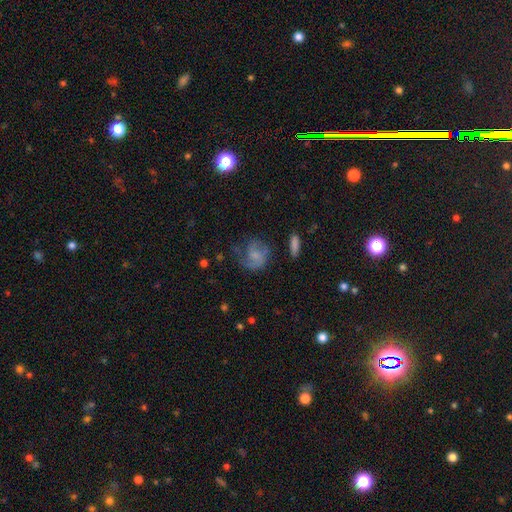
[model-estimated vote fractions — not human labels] Q: Smooth or featured?
A: featured or disk (48%); runner-up: smooth (43%)
Q: Merging?
A: none (43%); runner-up: major disturbance (31%)